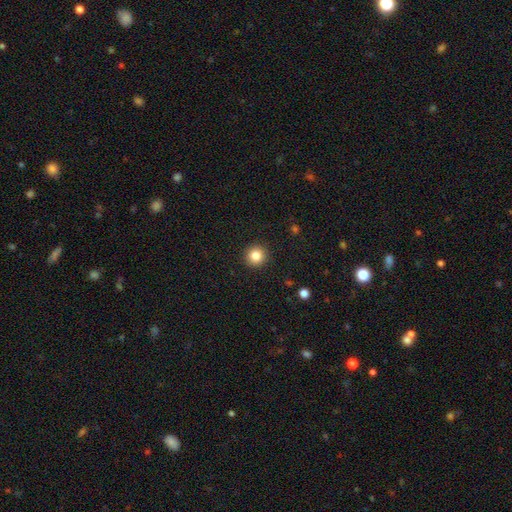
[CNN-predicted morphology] smooth-or-featured: smooth: 84% | star or artifact: 11% | featured or disk: 6%
  how-rounded: round: 95% | in between: 4% | cigar-shaped: 1%
  merging: none: 93% | minor disturbance: 5% | major disturbance: 2% | merger: 1%